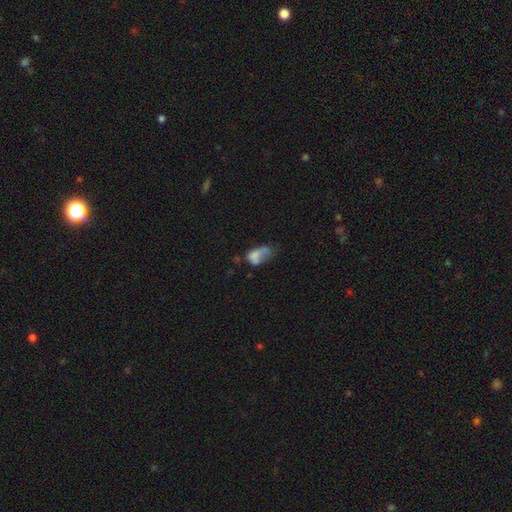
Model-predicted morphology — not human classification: type=smooth (61%); roundness=in between (88%); merging=major disturbance (36%).